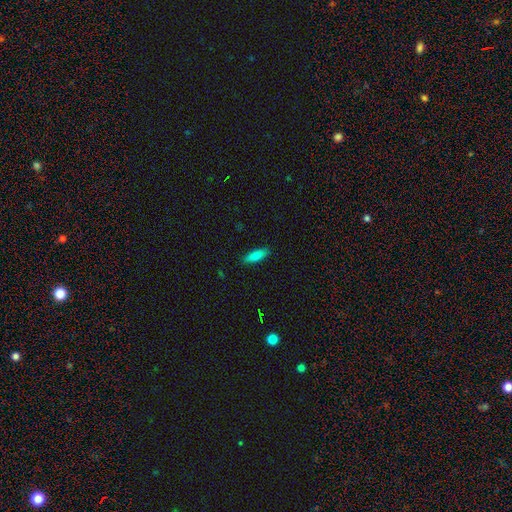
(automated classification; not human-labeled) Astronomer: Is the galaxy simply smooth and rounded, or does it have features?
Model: smooth — 82%.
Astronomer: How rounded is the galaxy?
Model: cigar-shaped — 52% (runner-up: in between, 46%).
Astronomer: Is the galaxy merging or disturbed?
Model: none — 88%.